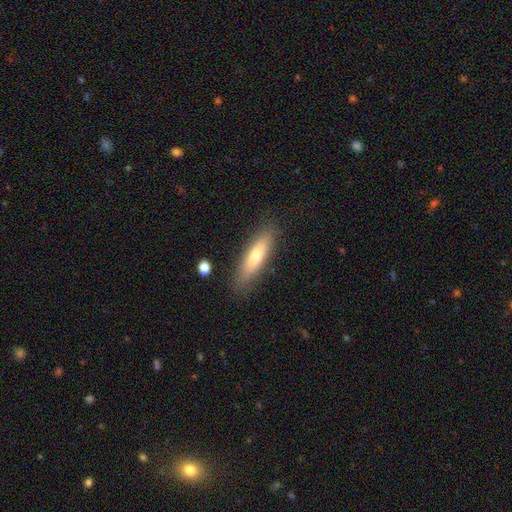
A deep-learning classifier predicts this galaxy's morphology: Q: Smooth or featured?
A: smooth (70%); runner-up: featured or disk (23%)
Q: How rounded?
A: cigar-shaped (70%); runner-up: in between (29%)
Q: Merging?
A: none (85%); runner-up: minor disturbance (10%)